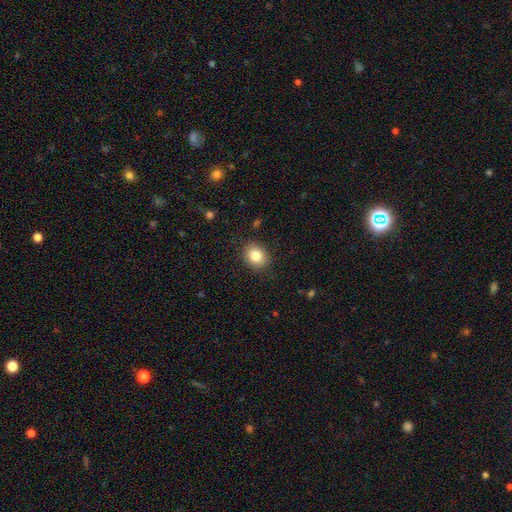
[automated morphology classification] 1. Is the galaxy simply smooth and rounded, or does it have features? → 83% smooth, 9% star or artifact, 7% featured or disk.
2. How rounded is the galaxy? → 54% round, 45% in between, 1% cigar-shaped.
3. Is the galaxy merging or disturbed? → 87% none, 9% minor disturbance, 3% major disturbance, 1% merger.